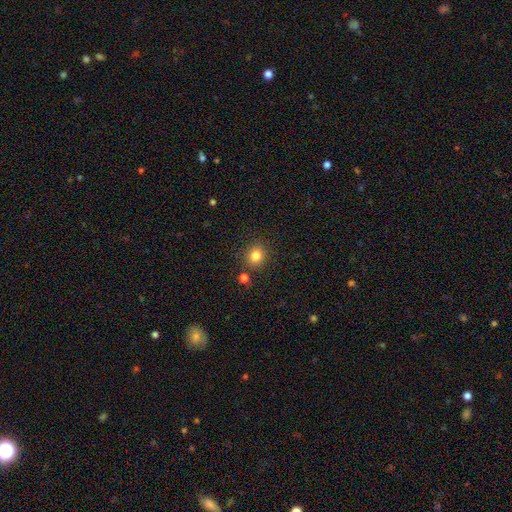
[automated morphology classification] Overall: smooth (82%). How rounded: round (78%). Merging: none (84%).